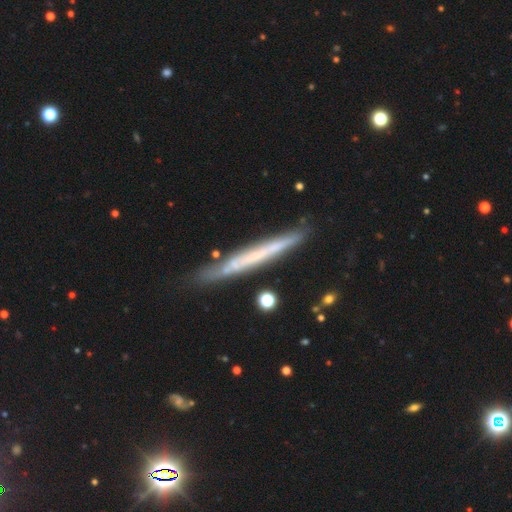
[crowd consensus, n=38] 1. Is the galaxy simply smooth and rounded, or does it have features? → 66% featured or disk, 29% smooth, 5% star or artifact.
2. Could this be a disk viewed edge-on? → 92% yes, 8% no.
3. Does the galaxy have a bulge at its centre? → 100% none, 0% boxy, 0% rounded.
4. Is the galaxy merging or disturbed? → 69% none, 22% minor disturbance, 6% major disturbance, 3% merger.